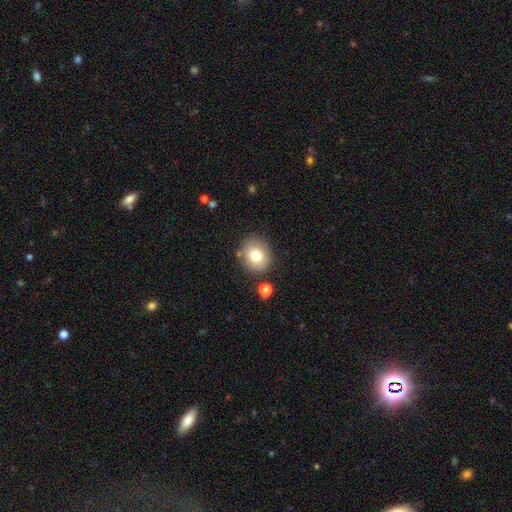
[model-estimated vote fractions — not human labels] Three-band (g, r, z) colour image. It shows a smooth galaxy with no disk features (77%) that is round (75%). Merging: none (81%).